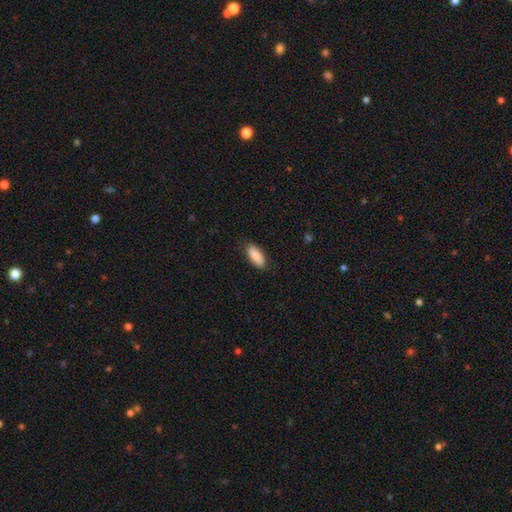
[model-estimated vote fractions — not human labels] smooth-or-featured: smooth: 85% | featured or disk: 9% | star or artifact: 6%
  how-rounded: in between: 81% | cigar-shaped: 17% | round: 2%
  merging: none: 84% | minor disturbance: 12% | major disturbance: 2% | merger: 1%